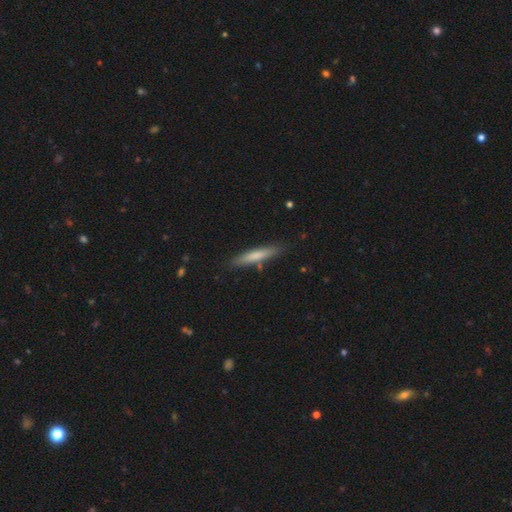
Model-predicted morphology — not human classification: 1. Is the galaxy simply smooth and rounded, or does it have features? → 72% smooth, 22% featured or disk, 6% star or artifact.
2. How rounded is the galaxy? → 91% cigar-shaped, 8% in between, 1% round.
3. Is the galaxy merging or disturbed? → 84% none, 11% minor disturbance, 3% merger, 2% major disturbance.